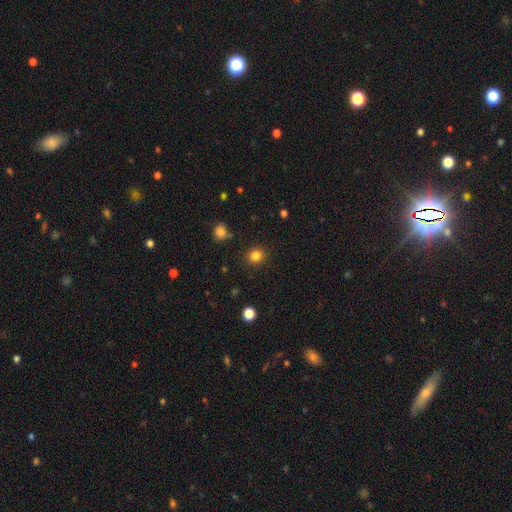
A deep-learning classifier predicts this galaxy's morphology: smooth 84%, star or artifact 12%, featured or disk 4%. Down the decision tree: how rounded — round (87%); merging — none (90%).